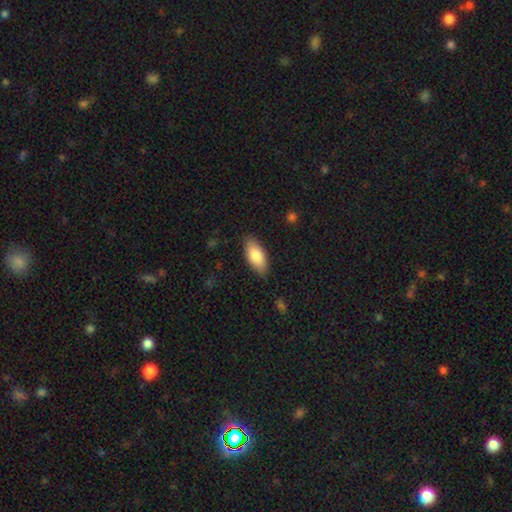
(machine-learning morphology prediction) Smooth or featured: smooth — 81% (featured or disk — 13%)
How rounded: in between — 88% (cigar-shaped — 10%)
Merging: none — 84% (minor disturbance — 12%)